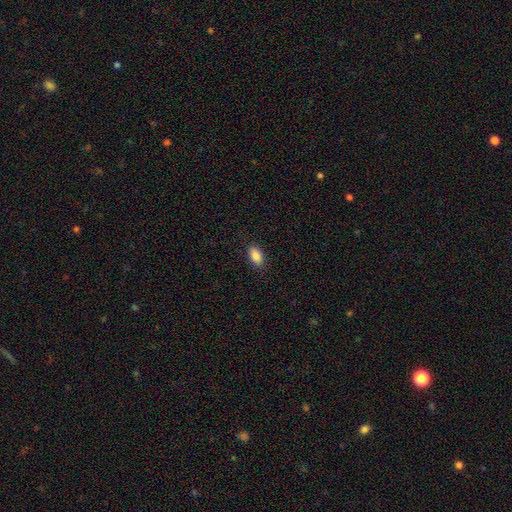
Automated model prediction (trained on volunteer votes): A smooth galaxy with no disk features (88%) that is in between round and cigar-shaped (92%). Merging: none (87%).